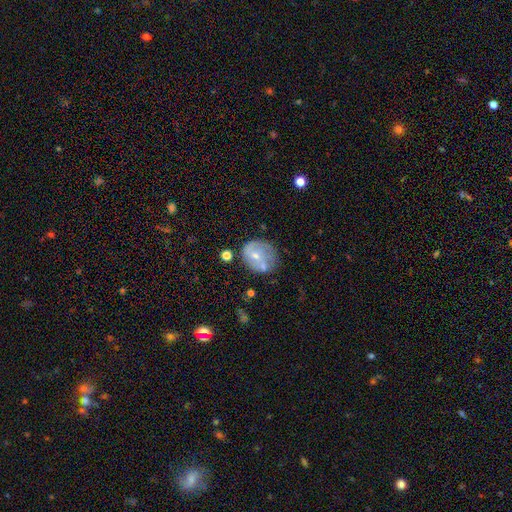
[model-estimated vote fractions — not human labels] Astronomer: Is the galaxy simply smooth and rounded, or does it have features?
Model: featured or disk — 53% (runner-up: smooth, 39%).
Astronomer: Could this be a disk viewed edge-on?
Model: no — 97%.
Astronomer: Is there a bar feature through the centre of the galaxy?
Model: no — 66%.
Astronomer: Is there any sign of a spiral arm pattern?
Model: yes — 59% (runner-up: no, 41%).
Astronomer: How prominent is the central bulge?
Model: small — 58% (runner-up: moderate, 36%).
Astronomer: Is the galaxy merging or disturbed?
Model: none — 47% (runner-up: minor disturbance, 25%).